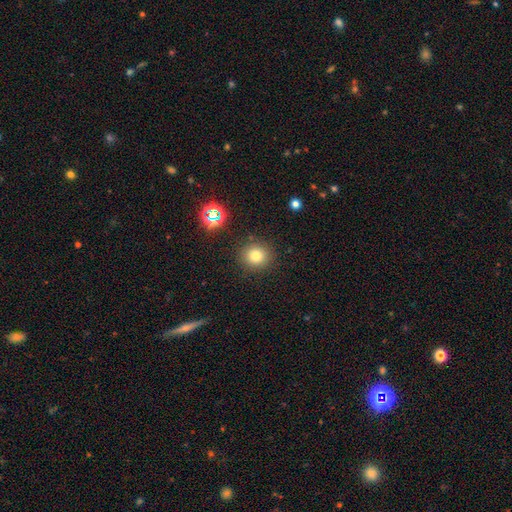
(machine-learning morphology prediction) Smooth or featured? Predicted: smooth (p=0.76). How rounded? Predicted: round (p=0.90). Merging? Predicted: none (p=0.88).